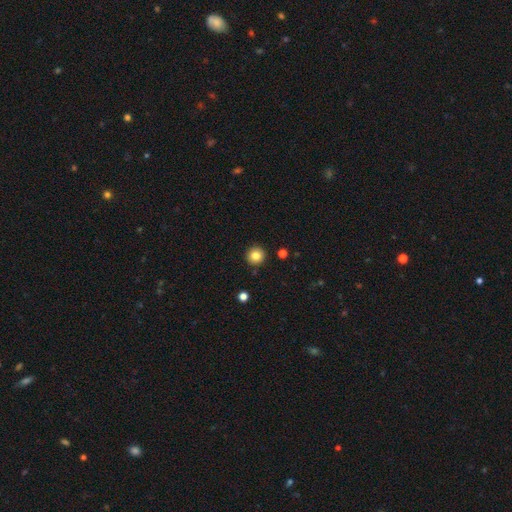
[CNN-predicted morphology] A smooth galaxy with no disk features (83%) that is round (94%).

Vote fractions:
- Smooth or featured? smooth: 83% / star or artifact: 10% / featured or disk: 7%
- How rounded? round: 94% / in between: 5% / cigar-shaped: 1%
- Merging? none: 90% / minor disturbance: 6% / merger: 2% / major disturbance: 2%